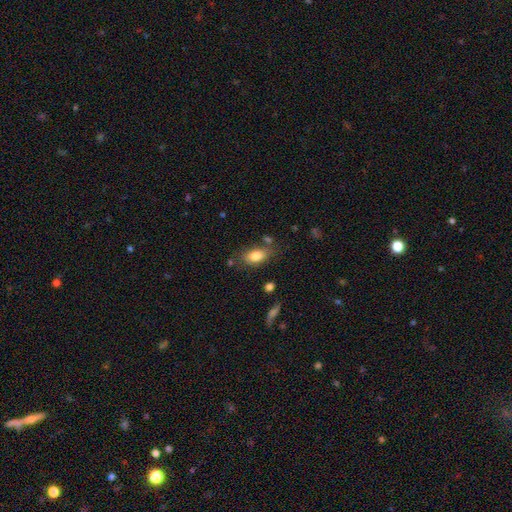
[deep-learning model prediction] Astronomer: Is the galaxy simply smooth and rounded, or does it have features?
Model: smooth — 82%.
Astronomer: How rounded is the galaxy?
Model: in between — 88%.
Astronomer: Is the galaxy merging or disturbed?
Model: none — 72%.